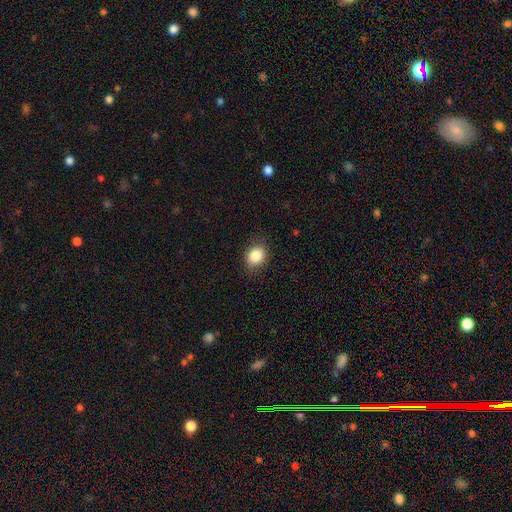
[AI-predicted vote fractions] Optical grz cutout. It shows a smooth galaxy with no disk features (85%) that is round (54%). Merging: none (82%).